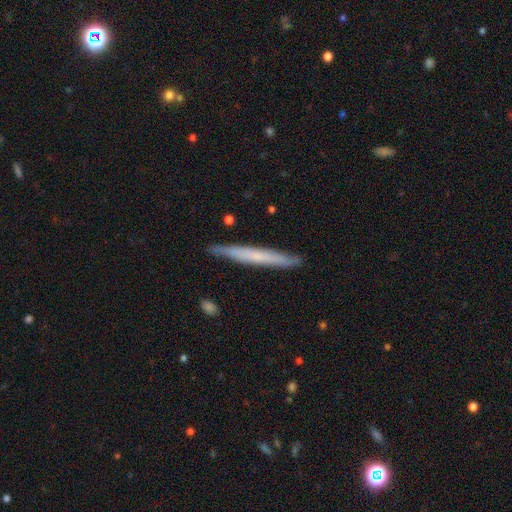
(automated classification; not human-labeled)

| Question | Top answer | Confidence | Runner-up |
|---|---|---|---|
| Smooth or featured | smooth | 51% | featured or disk (43%) |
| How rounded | cigar-shaped | 97% | in between (2%) |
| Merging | none | 88% | minor disturbance (9%) |